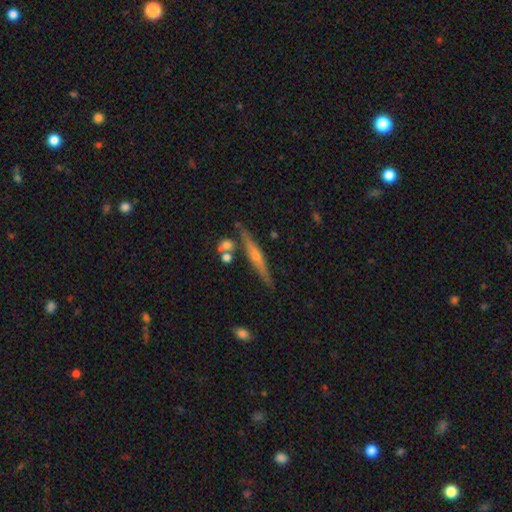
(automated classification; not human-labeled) Smooth or featured: featured or disk — 67% (smooth — 25%)
Edge-on disk: yes — 96% (no — 4%)
Edge-on bulge: rounded — 73% (none — 18%)
Merging: none — 80% (minor disturbance — 11%)